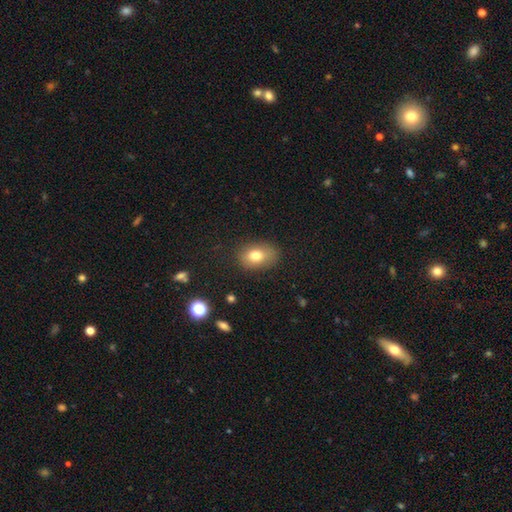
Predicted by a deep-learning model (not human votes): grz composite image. It shows a smooth galaxy with no disk features (76%) that is in between round and cigar-shaped (77%). Merging: none (80%).